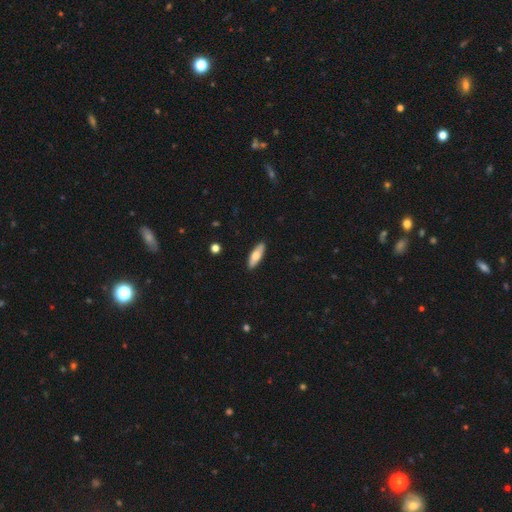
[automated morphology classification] smooth-or-featured: smooth: 65% | featured or disk: 29% | star or artifact: 5%
  how-rounded: in between: 51% | cigar-shaped: 47% | round: 2%
  merging: none: 90% | minor disturbance: 7% | major disturbance: 2% | merger: 1%